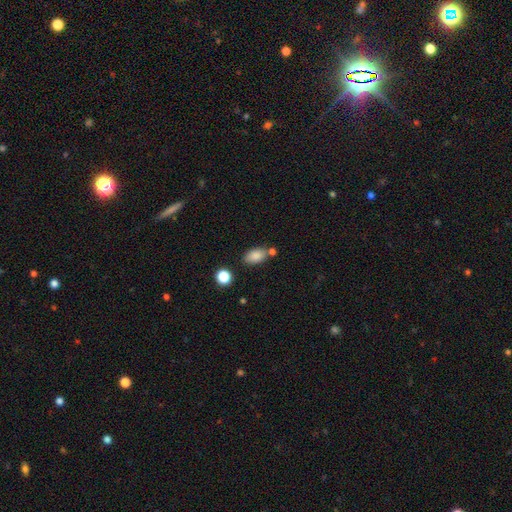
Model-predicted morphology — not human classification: Overall: smooth (85%). How rounded: in between (89%). Merging: none (66%).